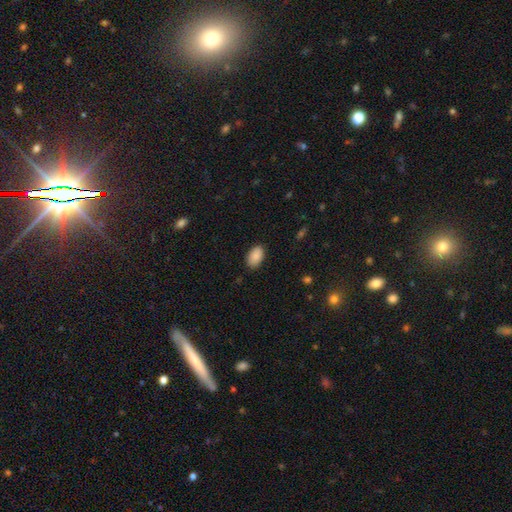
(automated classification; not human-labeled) smooth-or-featured: smooth: 90% | star or artifact: 7% | featured or disk: 3%
  how-rounded: in between: 92% | round: 6% | cigar-shaped: 1%
  merging: none: 86% | minor disturbance: 11% | major disturbance: 2% | merger: 1%